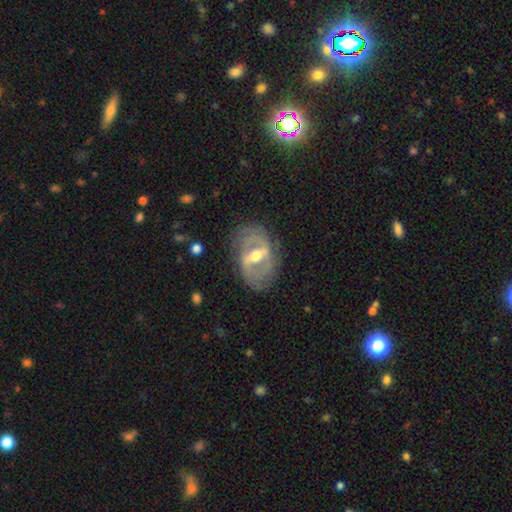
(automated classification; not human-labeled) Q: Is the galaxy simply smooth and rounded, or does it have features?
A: featured or disk — 84%.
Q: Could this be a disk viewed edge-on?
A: no — 92%.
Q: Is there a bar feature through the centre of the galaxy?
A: strong — 65%.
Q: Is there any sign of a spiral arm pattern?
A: yes — 78%.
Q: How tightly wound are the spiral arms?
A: medium — 41%, tied with tight.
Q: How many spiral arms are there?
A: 2 — 71%.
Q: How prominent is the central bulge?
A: moderate — 74%.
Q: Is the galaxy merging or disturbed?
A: none — 75%.